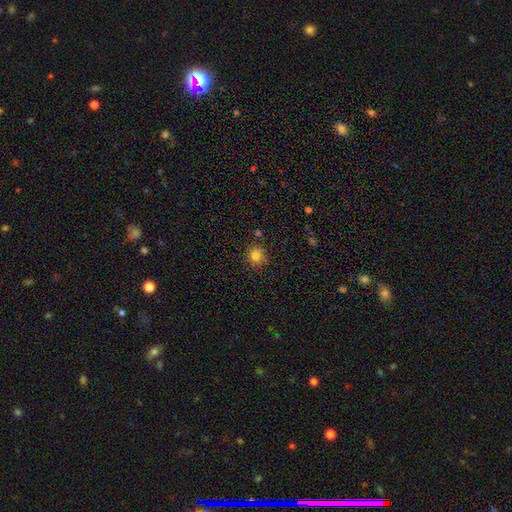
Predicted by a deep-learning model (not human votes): smooth-or-featured: smooth: 82% | star or artifact: 12% | featured or disk: 6%
  how-rounded: round: 90% | in between: 9% | cigar-shaped: 1%
  merging: none: 85% | minor disturbance: 9% | merger: 4% | major disturbance: 2%